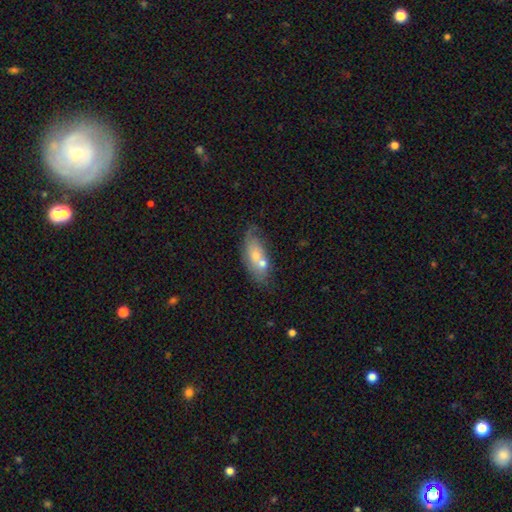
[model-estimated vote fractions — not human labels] A smooth galaxy with no disk features (56%) that is in between round and cigar-shaped (76%).

Vote fractions:
- Smooth or featured? smooth: 56% / featured or disk: 35% / star or artifact: 9%
- How rounded? in between: 76% / cigar-shaped: 19% / round: 5%
- Merging? none: 47% / merger: 23% / minor disturbance: 21% / major disturbance: 10%